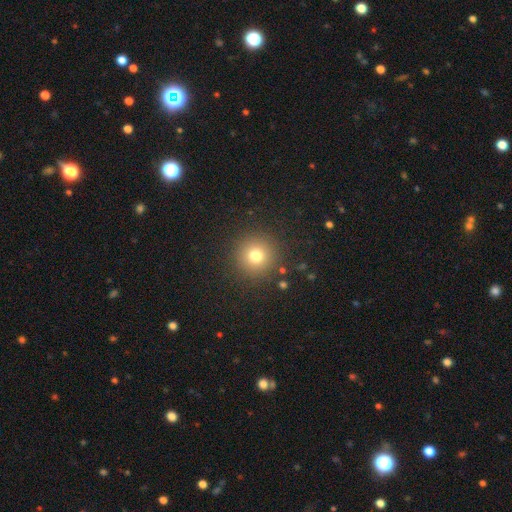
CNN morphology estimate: smooth_or_featured: smooth (p=0.76) [alt: star or artifact p=0.15]
how_rounded: round (p=0.95) [alt: in between p=0.04]
merging: none (p=0.90) [alt: minor disturbance p=0.06]